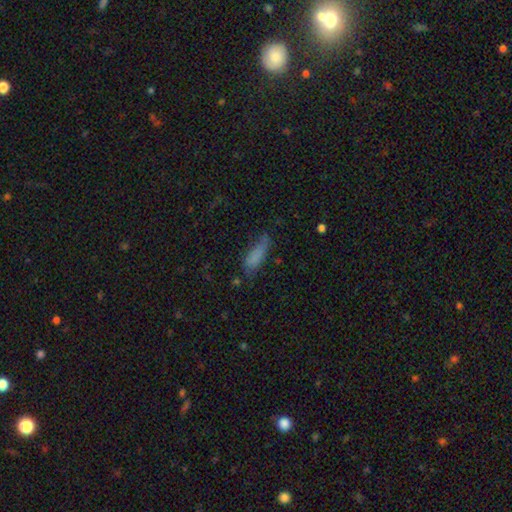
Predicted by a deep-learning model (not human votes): A smooth galaxy with no disk features (77%) that is cigar-shaped (52%). Merging: none (55%).